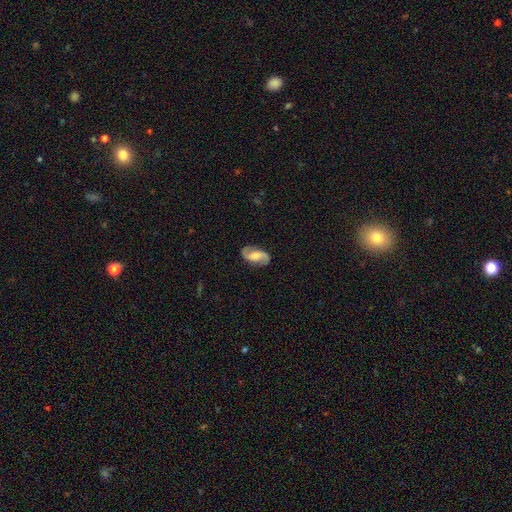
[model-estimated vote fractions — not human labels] smooth-or-featured: featured or disk: 74% | smooth: 20% | star or artifact: 6%
  disk-edge-on: no: 96% | yes: 4%
    bar: no: 45% | weak: 41% | strong: 13%
    has-spiral-arms: yes: 95% | no: 5%
      spiral-winding: medium: 44% | loose: 41% | tight: 16%
      spiral-arm-count: 2: 92% | can't tell: 3% | 1: 2% | 3: 1% | 4: 1% | more than 4: 1%
    bulge-size: moderate: 39% | small: 23% | large: 18% | none: 17% | dominant: 2%
  merging: none: 84% | minor disturbance: 11% | major disturbance: 3% | merger: 1%